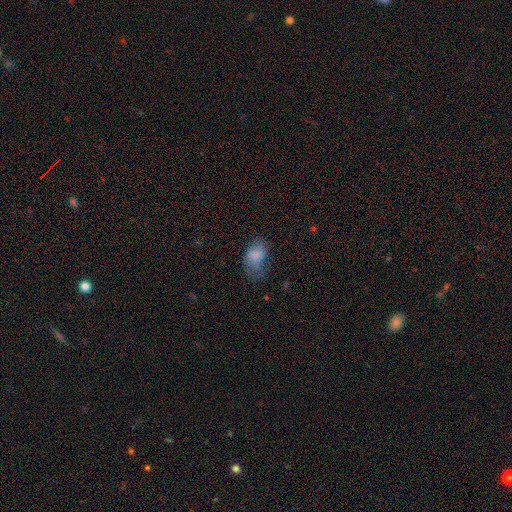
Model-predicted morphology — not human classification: Smooth or featured? Predicted: smooth (p=0.73). How rounded? Predicted: in between (p=0.87). Merging? Predicted: none (p=0.39).